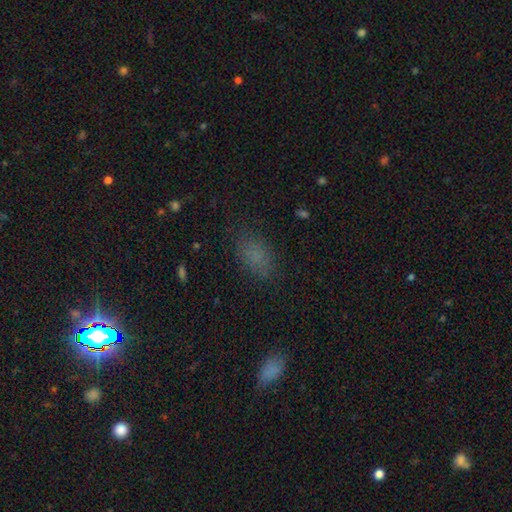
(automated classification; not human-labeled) Smooth or featured? smooth (73%)
How rounded? in between (88%)
Merging? none (78%)